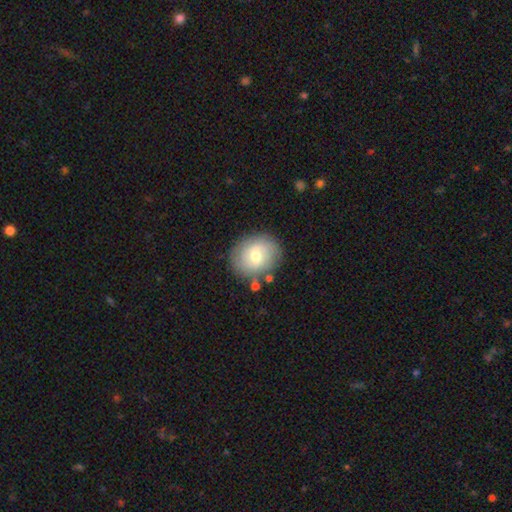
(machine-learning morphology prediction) smooth-or-featured: smooth: 55% | featured or disk: 37% | star or artifact: 8%
  how-rounded: round: 64% | in between: 35% | cigar-shaped: 1%
  merging: none: 78% | minor disturbance: 14% | major disturbance: 4% | merger: 4%